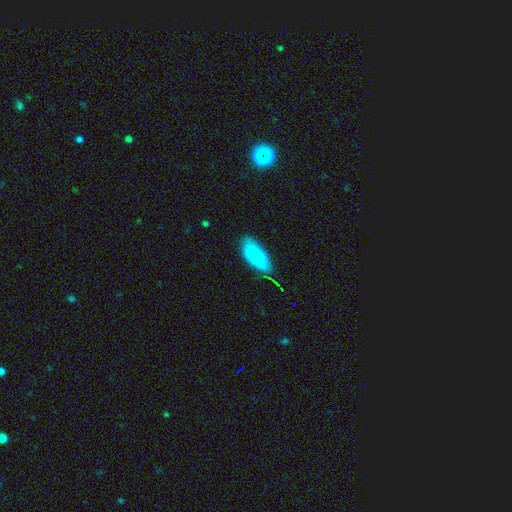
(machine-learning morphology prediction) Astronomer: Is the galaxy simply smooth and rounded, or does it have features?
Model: smooth — 84%.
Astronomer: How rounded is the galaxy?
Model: in between — 86%.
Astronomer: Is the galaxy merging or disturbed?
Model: none — 70%.